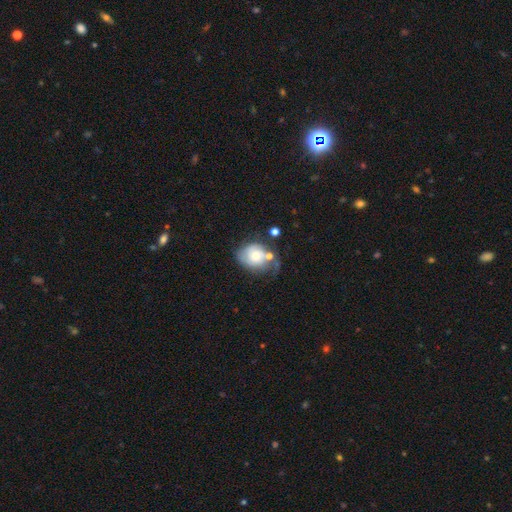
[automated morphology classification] smooth-or-featured: smooth: 49% | featured or disk: 42% | star or artifact: 9%
  merging: none: 32% | minor disturbance: 28% | major disturbance: 23% | merger: 17%